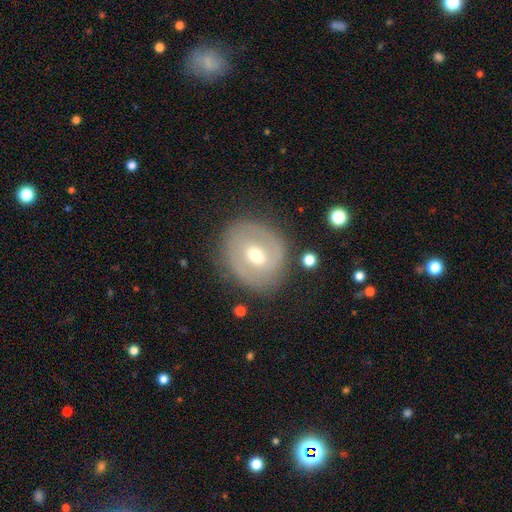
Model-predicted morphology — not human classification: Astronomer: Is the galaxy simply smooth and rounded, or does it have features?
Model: featured or disk — 61%.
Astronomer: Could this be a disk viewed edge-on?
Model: no — 95%.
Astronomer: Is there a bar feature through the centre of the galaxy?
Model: weak — 50% (runner-up: no, 30%).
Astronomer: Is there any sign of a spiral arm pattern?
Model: yes — 50%, tied with no at 50%.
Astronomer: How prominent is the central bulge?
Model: moderate — 64%.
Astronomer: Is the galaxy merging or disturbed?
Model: none — 79%.